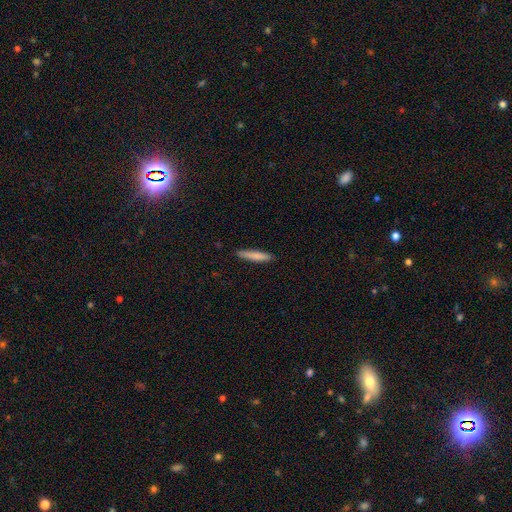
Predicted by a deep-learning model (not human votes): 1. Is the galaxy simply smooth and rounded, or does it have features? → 80% smooth, 14% featured or disk, 6% star or artifact.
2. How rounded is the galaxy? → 90% cigar-shaped, 8% in between, 1% round.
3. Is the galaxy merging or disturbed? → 88% none, 9% minor disturbance, 2% major disturbance, 1% merger.